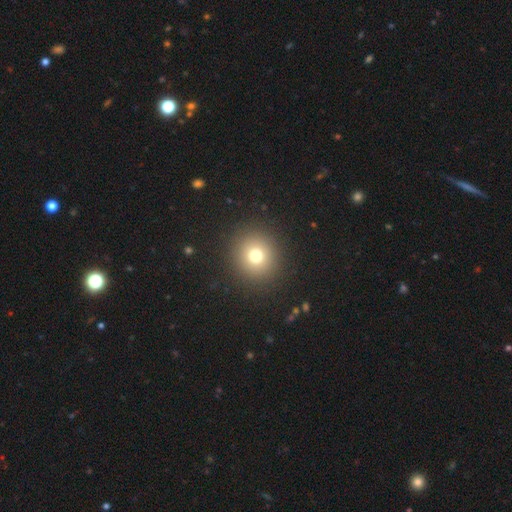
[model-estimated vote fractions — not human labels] Q: Smooth or featured?
A: smooth (75%); runner-up: star or artifact (15%)
Q: How rounded?
A: round (91%); runner-up: in between (8%)
Q: Merging?
A: none (91%); runner-up: minor disturbance (5%)